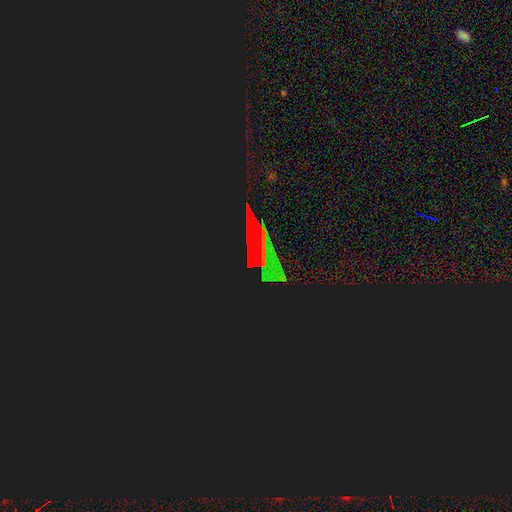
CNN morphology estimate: smooth-or-featured: star or artifact: 69% | featured or disk: 17% | smooth: 15%